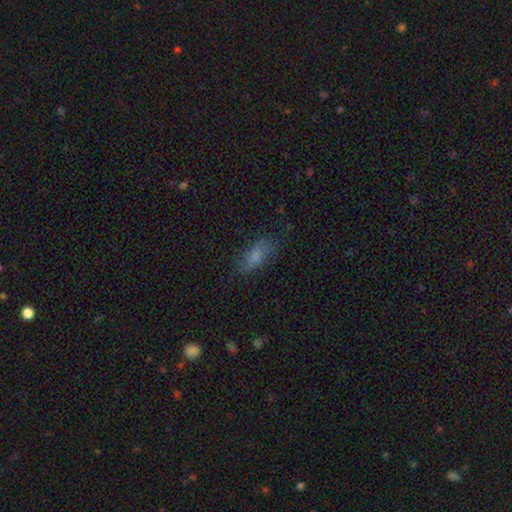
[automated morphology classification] Smooth or featured? Predicted: smooth (p=0.72). How rounded? Predicted: in between (p=0.76). Merging? Predicted: none (p=0.69).